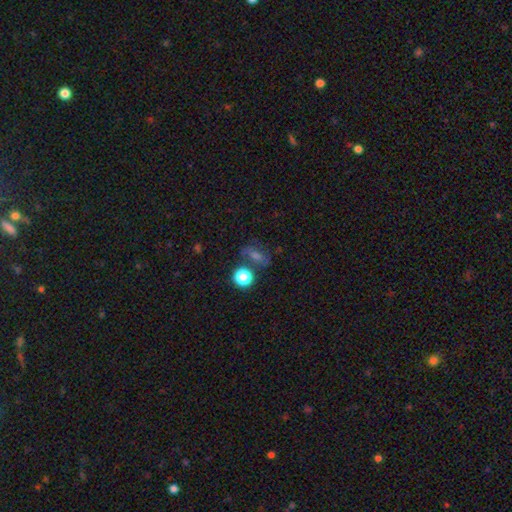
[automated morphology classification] A smooth galaxy with no disk features (41%).

Vote fractions:
- Smooth or featured? smooth: 41% / featured or disk: 29% / star or artifact: 29%
- Merging? none: 65% / minor disturbance: 16% / merger: 11% / major disturbance: 8%